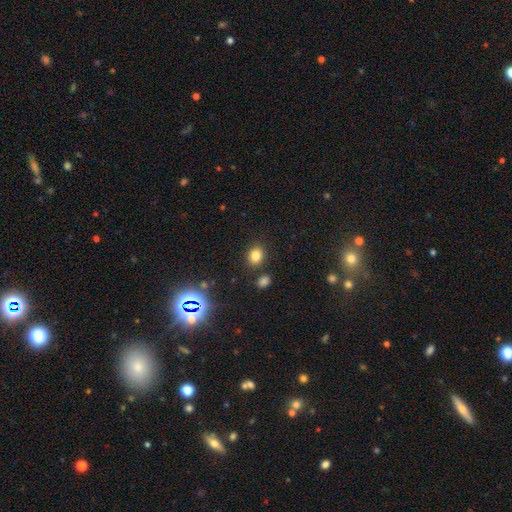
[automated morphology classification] A smooth galaxy with no disk features (80%) that is round (54%).

Vote fractions:
- Smooth or featured? smooth: 80% / star or artifact: 14% / featured or disk: 6%
- How rounded? round: 54% / in between: 45% / cigar-shaped: 1%
- Merging? none: 82% / minor disturbance: 9% / merger: 6% / major disturbance: 3%